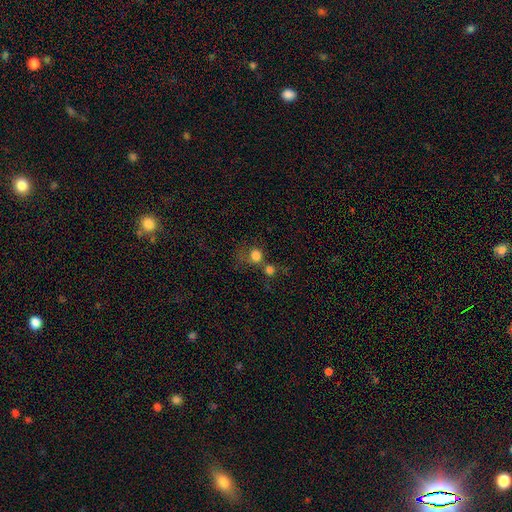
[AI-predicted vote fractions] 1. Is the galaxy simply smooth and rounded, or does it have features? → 77% smooth, 13% star or artifact, 9% featured or disk.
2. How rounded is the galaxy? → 84% round, 15% in between, 1% cigar-shaped.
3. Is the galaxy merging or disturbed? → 43% none, 37% merger, 11% minor disturbance, 9% major disturbance.